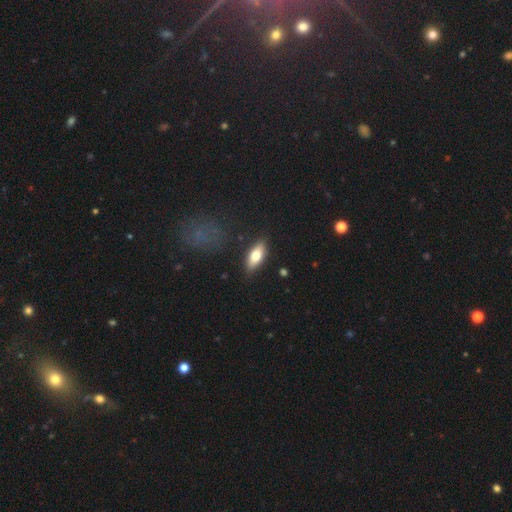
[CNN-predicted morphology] A smooth galaxy with no disk features (72%) that is in between round and cigar-shaped (79%). Merging: none (86%).